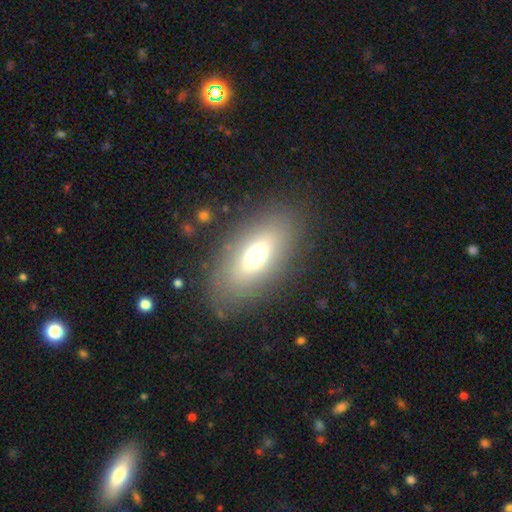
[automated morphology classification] The model was most divided on "smooth or featured": smooth: 64%, featured or disk: 25%, star or artifact: 11%. More confident: how rounded — in between (83%); merging — none (82%).